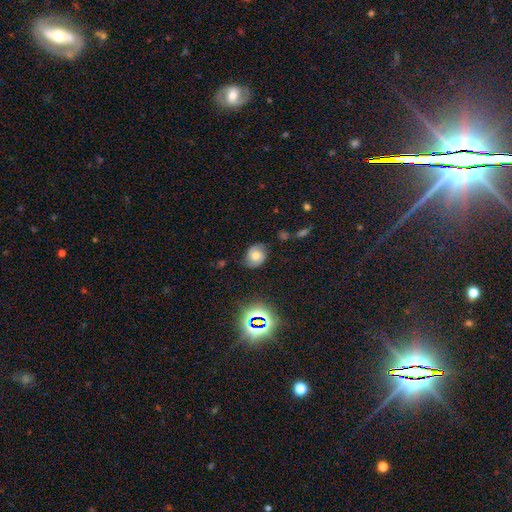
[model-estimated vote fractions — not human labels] A smooth galaxy with no disk features (46%). Merging: none (75%).